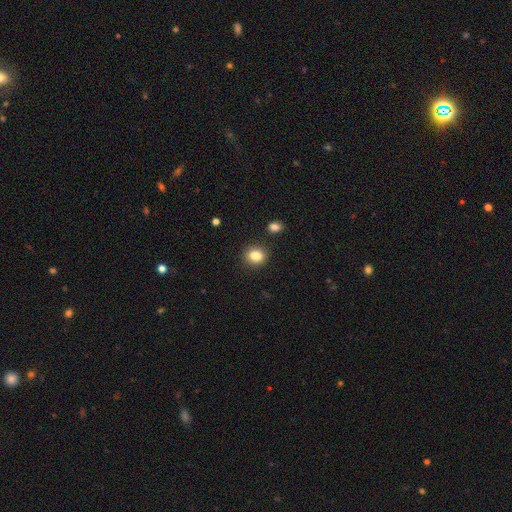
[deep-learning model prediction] This is clearly a smooth galaxy (84%). How rounded: likely round (69%). Merging: clearly none (88%).